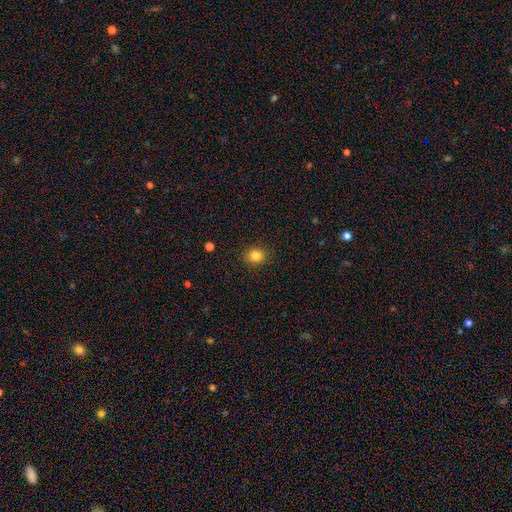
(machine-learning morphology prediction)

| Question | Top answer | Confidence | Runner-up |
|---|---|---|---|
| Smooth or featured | smooth | 83% | star or artifact (11%) |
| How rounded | round | 71% | in between (28%) |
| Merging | none | 89% | minor disturbance (7%) |